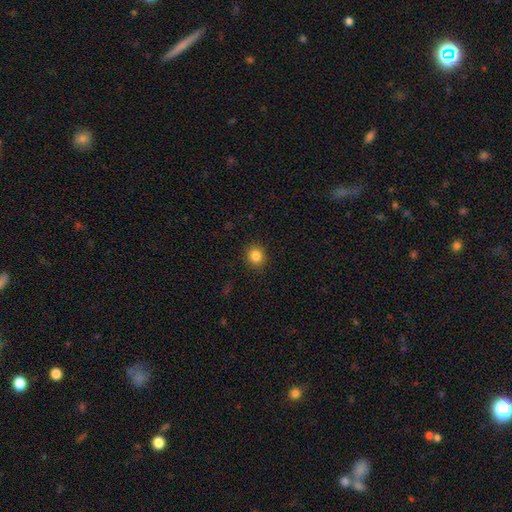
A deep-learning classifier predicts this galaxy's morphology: Q: Smooth or featured?
A: smooth (84%); runner-up: star or artifact (11%)
Q: How rounded?
A: round (77%); runner-up: in between (22%)
Q: Merging?
A: none (90%); runner-up: minor disturbance (7%)